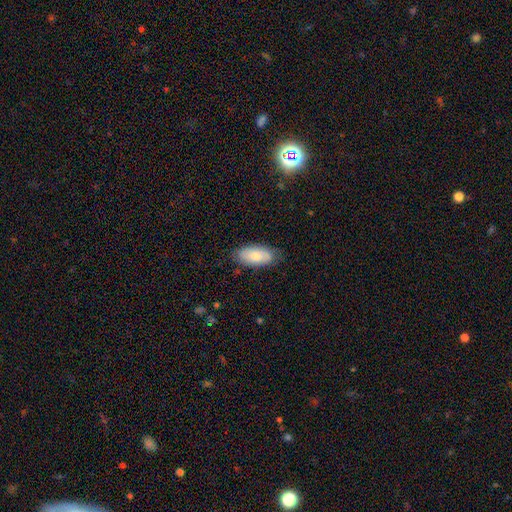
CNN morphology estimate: This is likely a smooth galaxy (70%). How rounded: clearly in between (91%). Merging: likely none (77%).